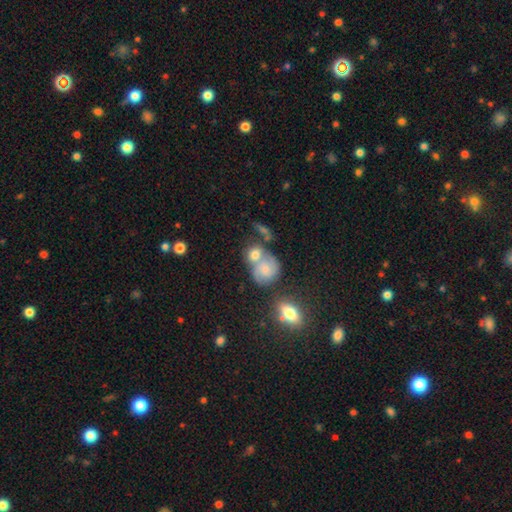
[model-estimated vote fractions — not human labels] Smooth or featured? Predicted: featured or disk (p=0.45). Merging? Predicted: none (p=0.39, tied with merger).